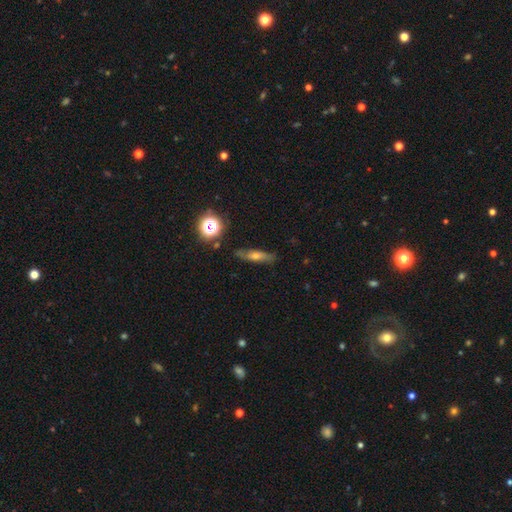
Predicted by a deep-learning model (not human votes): Smooth or featured: featured or disk — 43% (tied with smooth — 43%)
Merging: none — 80% (minor disturbance — 14%)